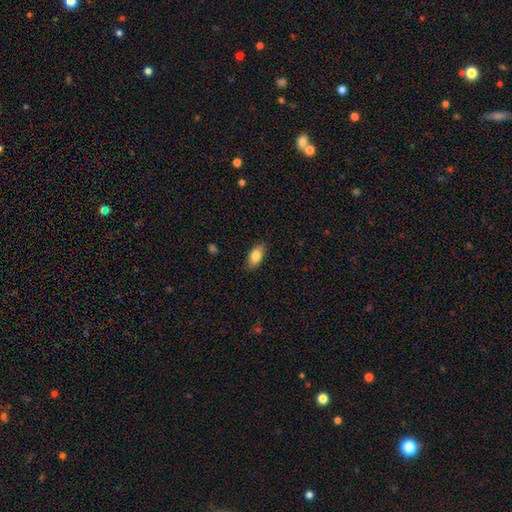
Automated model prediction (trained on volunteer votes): smooth-or-featured: smooth: 82% | featured or disk: 11% | star or artifact: 7%
  how-rounded: in between: 88% | cigar-shaped: 8% | round: 5%
  merging: none: 83% | minor disturbance: 13% | major disturbance: 3% | merger: 1%